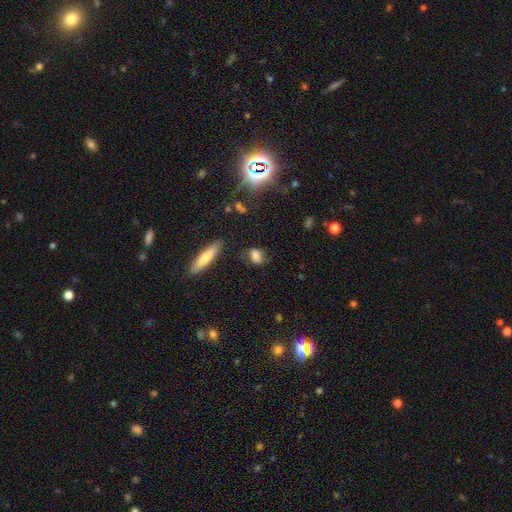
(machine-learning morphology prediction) Smooth or featured? Predicted: smooth (p=0.75). How rounded? Predicted: in between (p=0.72). Merging? Predicted: none (p=0.65).